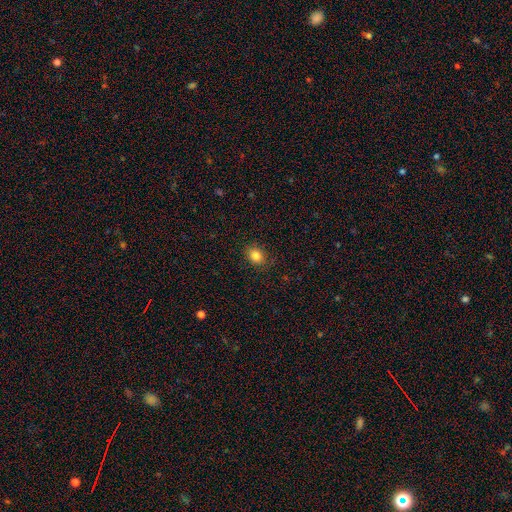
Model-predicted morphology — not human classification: This is clearly a smooth galaxy (84%). How rounded: possibly round (53%). Merging: clearly none (86%).